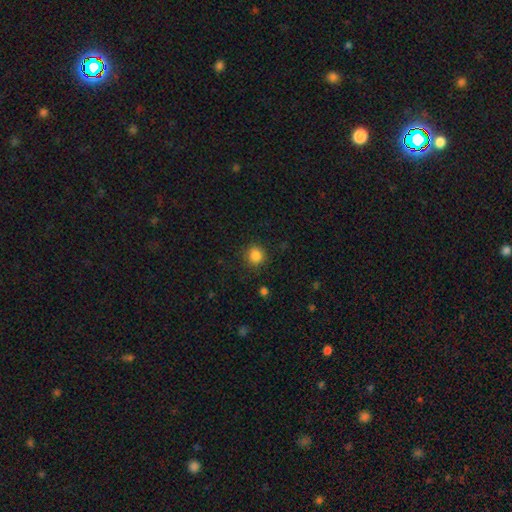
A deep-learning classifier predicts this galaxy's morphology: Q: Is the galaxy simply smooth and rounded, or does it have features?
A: smooth — 85%.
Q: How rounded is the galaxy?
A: round — 87%.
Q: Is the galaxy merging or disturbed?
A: none — 87%.